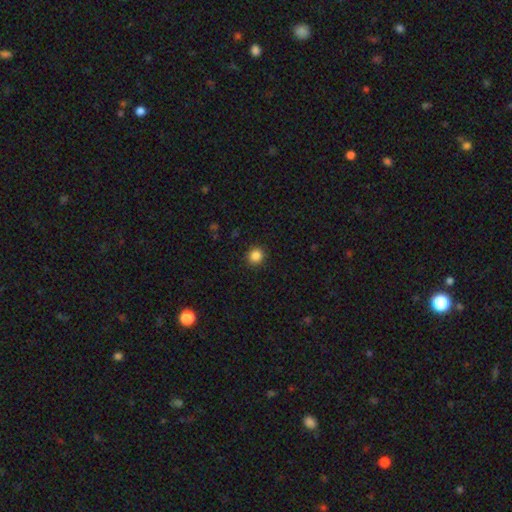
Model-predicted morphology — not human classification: smooth-or-featured: smooth: 85% | star or artifact: 11% | featured or disk: 4%
  how-rounded: round: 91% | in between: 8% | cigar-shaped: 1%
  merging: none: 92% | minor disturbance: 5% | major disturbance: 2% | merger: 1%